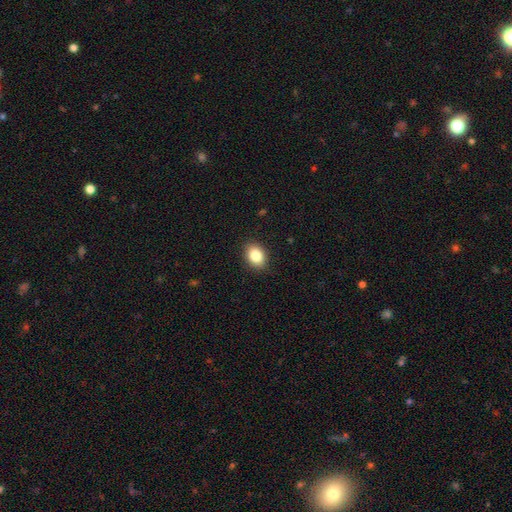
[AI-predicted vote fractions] The model was most divided on "how rounded": in between: 69%, round: 30%, cigar-shaped: 1%. More confident: merging — none (88%); smooth or featured — smooth (85%).